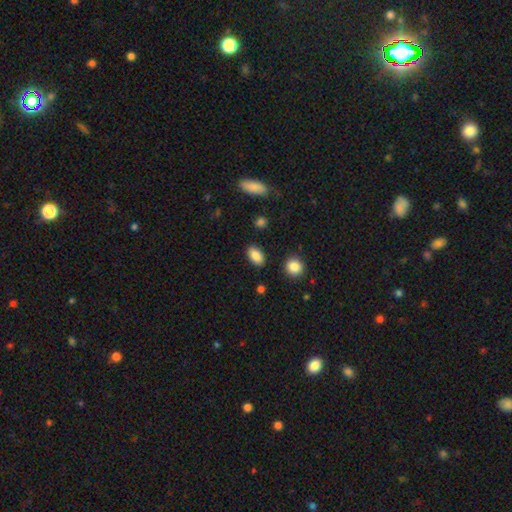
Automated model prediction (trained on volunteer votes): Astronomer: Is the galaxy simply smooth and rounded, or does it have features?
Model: smooth — 87%.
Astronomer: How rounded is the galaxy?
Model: in between — 90%.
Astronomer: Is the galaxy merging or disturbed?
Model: none — 87%.